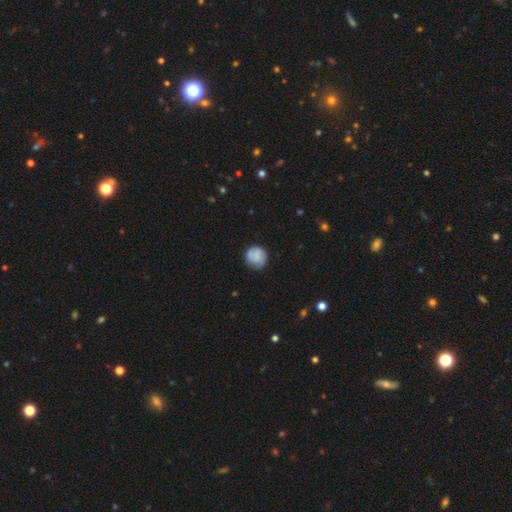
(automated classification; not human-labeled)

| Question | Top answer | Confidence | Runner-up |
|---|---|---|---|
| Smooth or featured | smooth | 70% | featured or disk (22%) |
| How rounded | round | 88% | in between (11%) |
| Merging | none | 71% | minor disturbance (20%) |